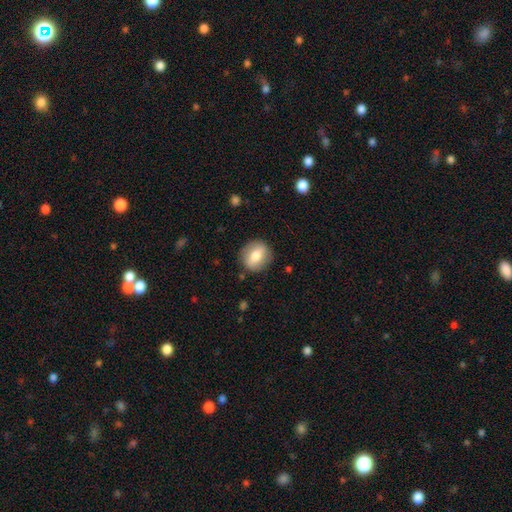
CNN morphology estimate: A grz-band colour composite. It shows a smooth galaxy with no disk features (67%) that is round (79%). Merging: none (86%).